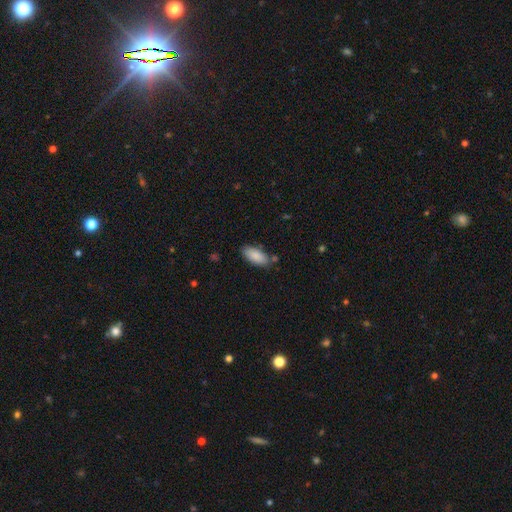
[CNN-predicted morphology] Q: Smooth or featured?
A: smooth (88%); runner-up: featured or disk (6%)
Q: How rounded?
A: in between (87%); runner-up: cigar-shaped (11%)
Q: Merging?
A: none (77%); runner-up: minor disturbance (15%)